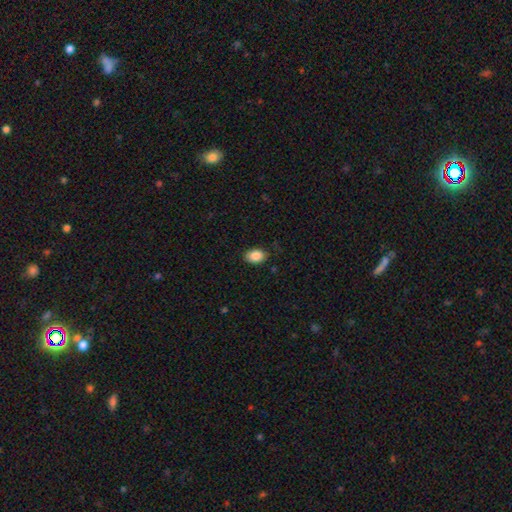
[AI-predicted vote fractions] Smooth or featured? Predicted: smooth (p=0.88). How rounded? Predicted: in between (p=0.83). Merging? Predicted: none (p=0.83).